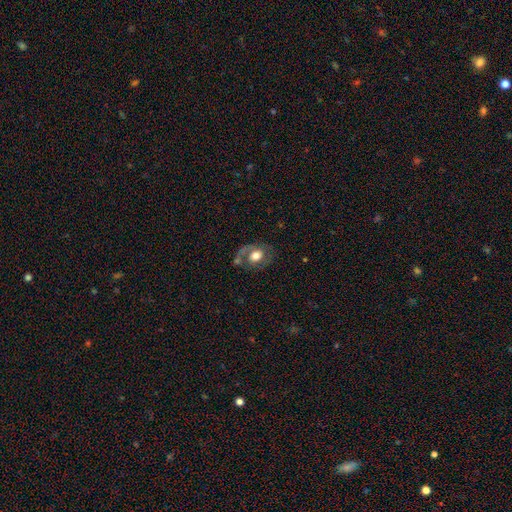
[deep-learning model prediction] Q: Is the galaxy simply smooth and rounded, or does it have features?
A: featured or disk — 51%.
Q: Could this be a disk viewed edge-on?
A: no — 95%.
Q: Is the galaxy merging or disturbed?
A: none — 53%.